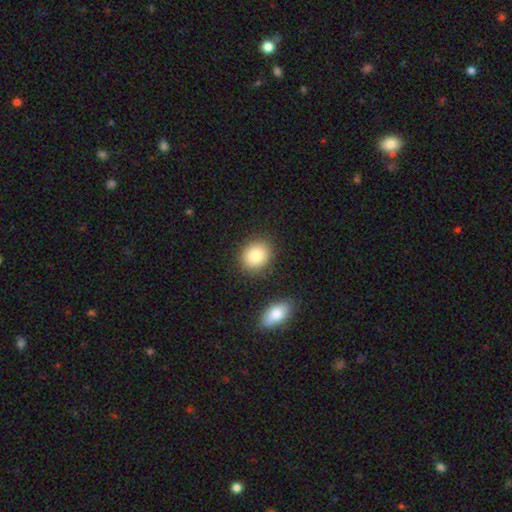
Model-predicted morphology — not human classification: The model was most divided on "how rounded": round: 63%, in between: 36%, cigar-shaped: 1%. More confident: smooth or featured — smooth (85%); merging — none (84%).